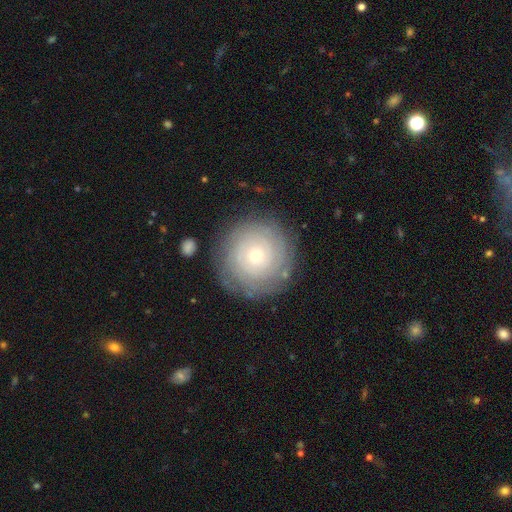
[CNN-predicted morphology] featured or disk 71%, smooth 22%, star or artifact 8%. Down the decision tree: edge-on disk — no (98%); bar — no (82%); spiral arms — yes (91%); spiral arm count — can't tell (47%); spiral winding — tight (88%); bulge size — small (50%); merging — none (85%).